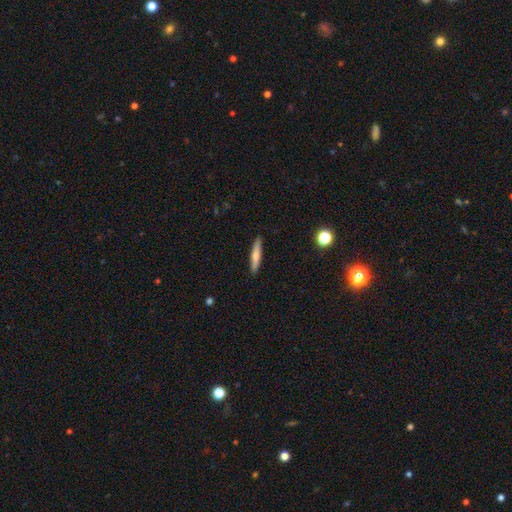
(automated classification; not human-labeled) smooth-or-featured: smooth: 65% | featured or disk: 29% | star or artifact: 6%
  how-rounded: cigar-shaped: 90% | in between: 8% | round: 2%
  merging: none: 90% | minor disturbance: 7% | major disturbance: 1% | merger: 1%